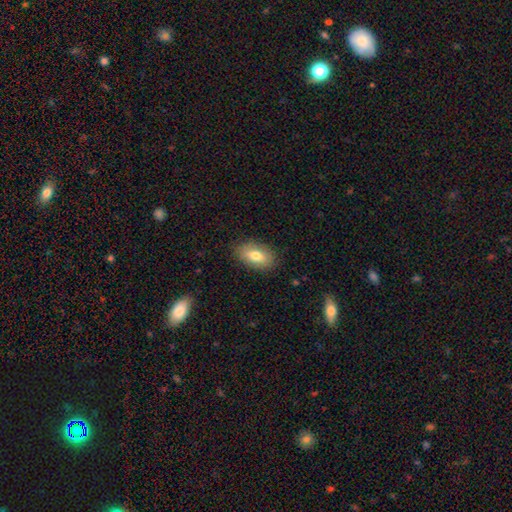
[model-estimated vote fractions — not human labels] This appears to be a smooth galaxy with no disk features (76%) that is in between round and cigar-shaped (91%). Merging: none (86%).